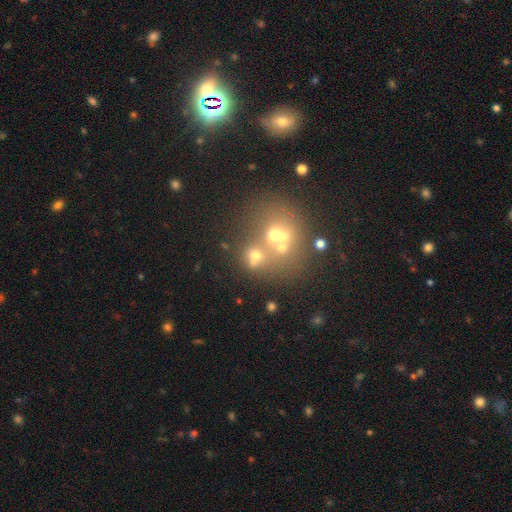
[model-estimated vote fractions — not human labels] Overall: smooth (50%; star or artifact 25%). How rounded: round (67%; in between 32%). Merging: merger (45%; none 40%).